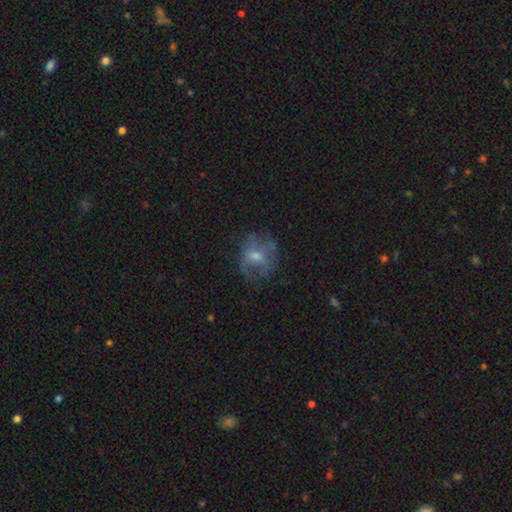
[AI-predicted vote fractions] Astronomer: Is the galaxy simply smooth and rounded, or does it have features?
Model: featured or disk — 52% (runner-up: smooth, 37%).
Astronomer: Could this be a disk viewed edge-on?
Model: no — 96%.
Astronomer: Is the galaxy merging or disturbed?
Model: none — 57%.